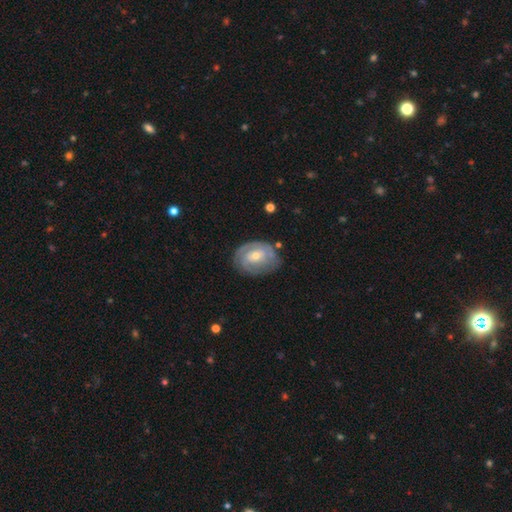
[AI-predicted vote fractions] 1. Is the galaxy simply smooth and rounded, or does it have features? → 75% featured or disk, 19% smooth, 6% star or artifact.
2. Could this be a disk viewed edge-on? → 96% no, 4% yes.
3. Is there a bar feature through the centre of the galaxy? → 57% no, 35% weak, 8% strong.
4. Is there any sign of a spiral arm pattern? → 85% yes, 15% no.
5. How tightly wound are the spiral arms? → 64% tight, 27% medium, 9% loose.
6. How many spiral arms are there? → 38% 2, 36% can't tell, 12% 3, 8% 1, 3% 4, 3% more than 4.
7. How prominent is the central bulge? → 55% small, 42% moderate, 1% large, 1% none, 1% dominant.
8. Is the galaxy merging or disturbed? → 69% none, 21% minor disturbance, 7% major disturbance, 2% merger.